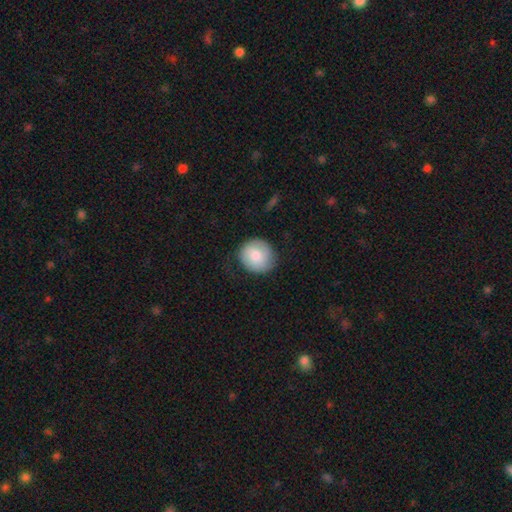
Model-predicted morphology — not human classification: Overall: smooth (77%). How rounded: round (88%). Merging: none (78%).